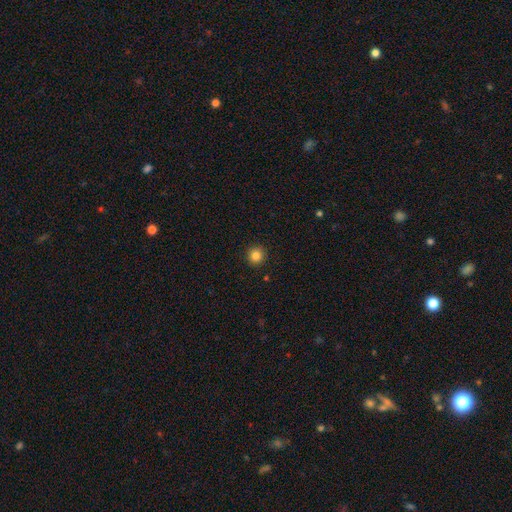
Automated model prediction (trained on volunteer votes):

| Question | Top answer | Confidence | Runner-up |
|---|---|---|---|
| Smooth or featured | smooth | 84% | star or artifact (11%) |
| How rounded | round | 94% | in between (5%) |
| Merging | none | 92% | minor disturbance (5%) |